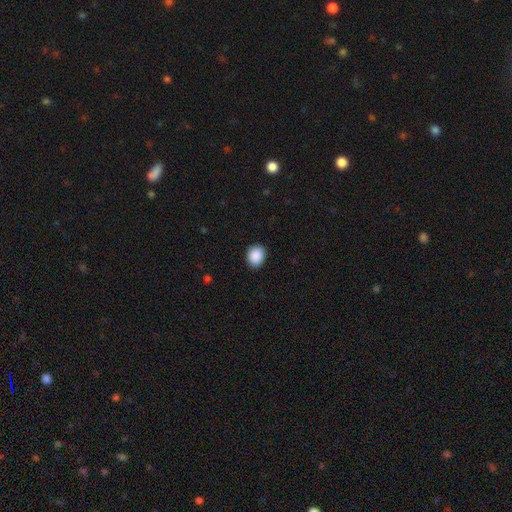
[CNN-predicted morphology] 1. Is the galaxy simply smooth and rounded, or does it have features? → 90% smooth, 8% star or artifact, 2% featured or disk.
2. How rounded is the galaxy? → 56% round, 43% in between, 1% cigar-shaped.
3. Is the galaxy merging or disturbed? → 89% none, 8% minor disturbance, 2% major disturbance, 1% merger.